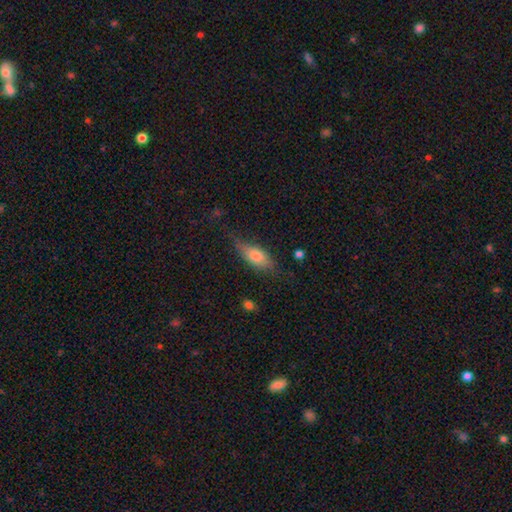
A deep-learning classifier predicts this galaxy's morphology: A smooth galaxy with no disk features (67%) that is in between round and cigar-shaped (71%). Merging: none (61%).